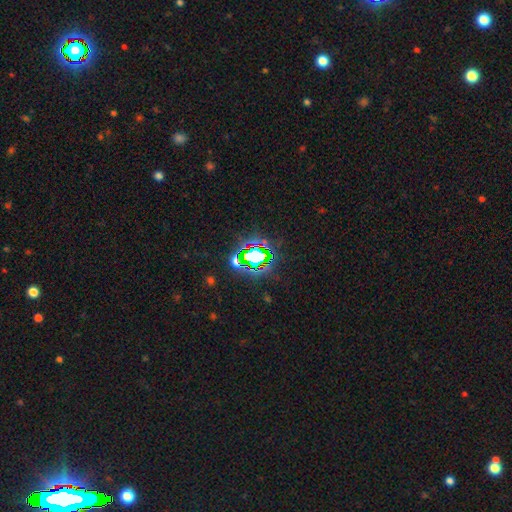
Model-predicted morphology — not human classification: Smooth or featured? Predicted: star or artifact (p=0.72).